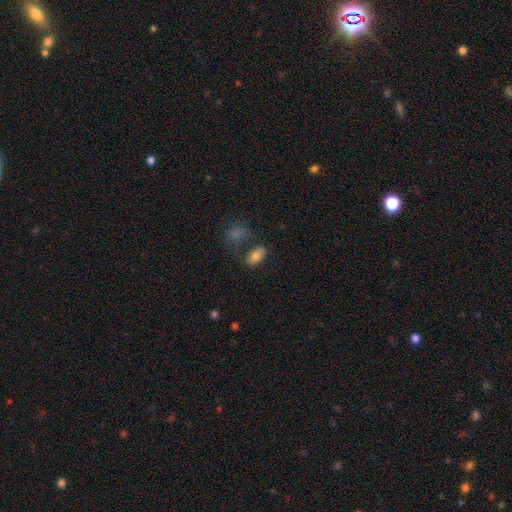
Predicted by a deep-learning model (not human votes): This is likely a smooth galaxy (77%). How rounded: clearly in between (90%). Merging: possibly none (59%).